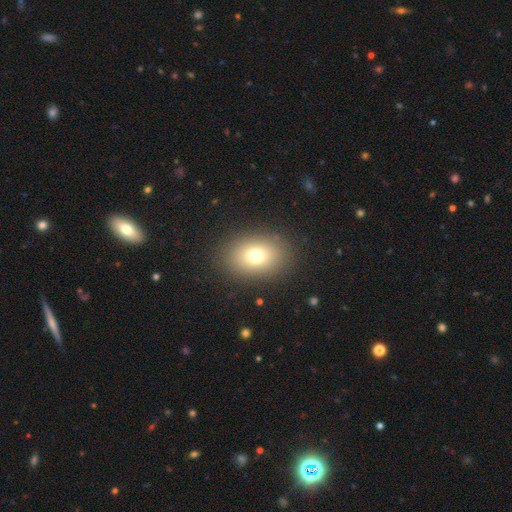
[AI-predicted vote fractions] smooth-or-featured: smooth: 75% | star or artifact: 13% | featured or disk: 12%
  how-rounded: in between: 71% | round: 28% | cigar-shaped: 1%
  merging: none: 87% | minor disturbance: 8% | major disturbance: 4% | merger: 1%